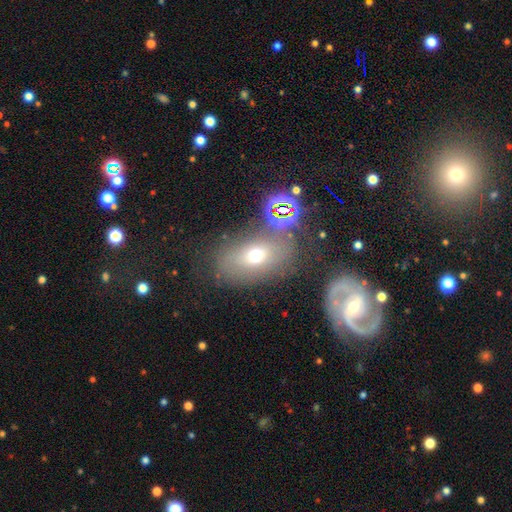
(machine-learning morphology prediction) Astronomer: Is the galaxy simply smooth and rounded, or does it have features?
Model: smooth — 59%.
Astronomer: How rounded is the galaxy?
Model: in between — 74%.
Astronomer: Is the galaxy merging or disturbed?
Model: none — 66%.